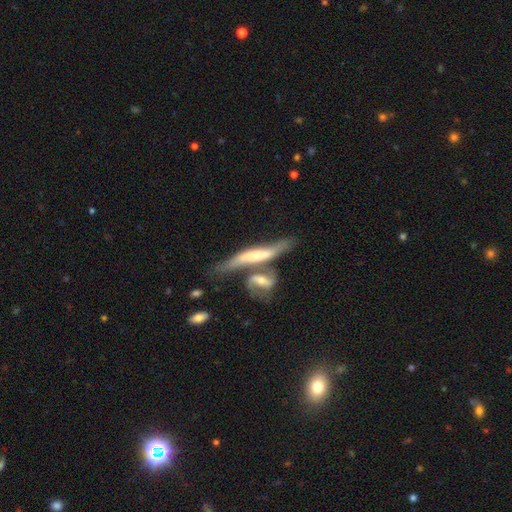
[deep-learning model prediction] Smooth or featured? Predicted: featured or disk (p=0.68). Edge-on disk? Predicted: yes (p=0.63). Merging? Predicted: merger (p=0.48).